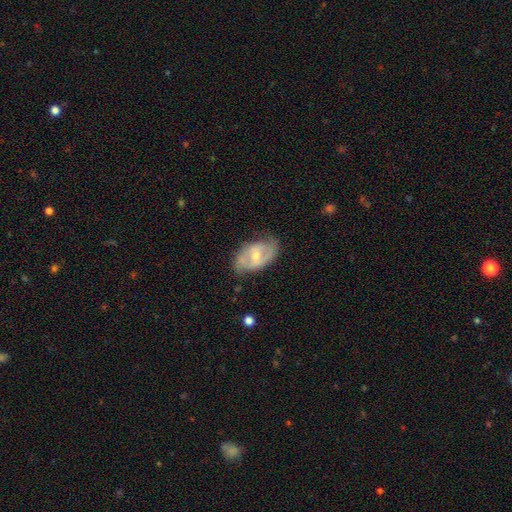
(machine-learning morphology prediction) Overall: featured or disk (64%; smooth 30%). Edge-on disk: no (94%). Bar: weak (45%; no 33%). Spiral arms: yes (63%; no 37%). Bulge size: moderate (48%, tied with small). Merging: none (64%; minor disturbance 25%).